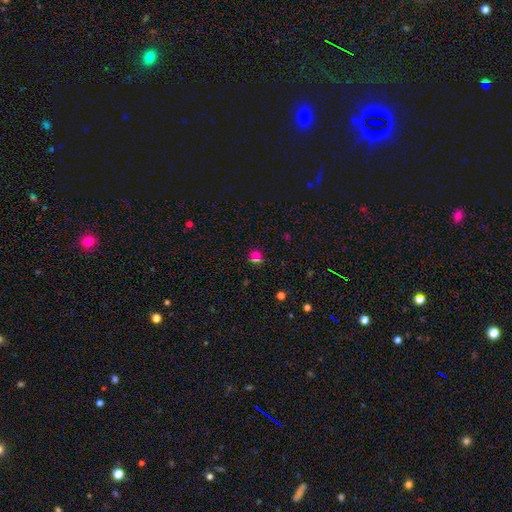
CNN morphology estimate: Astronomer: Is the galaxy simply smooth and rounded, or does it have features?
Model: smooth — 61%.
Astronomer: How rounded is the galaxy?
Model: round — 87%.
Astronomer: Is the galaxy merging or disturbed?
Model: none — 66%.